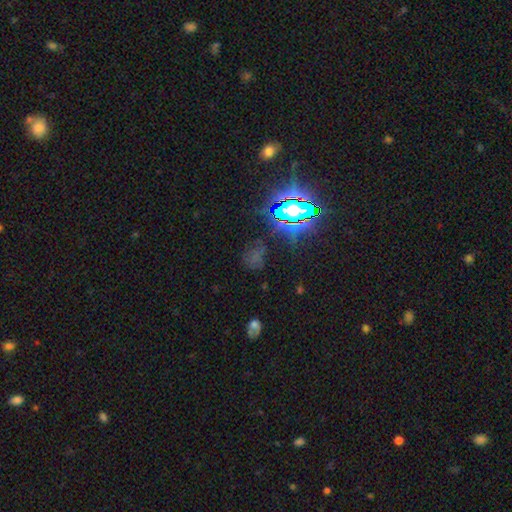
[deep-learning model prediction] A star or artifact, not a galaxy (62%).